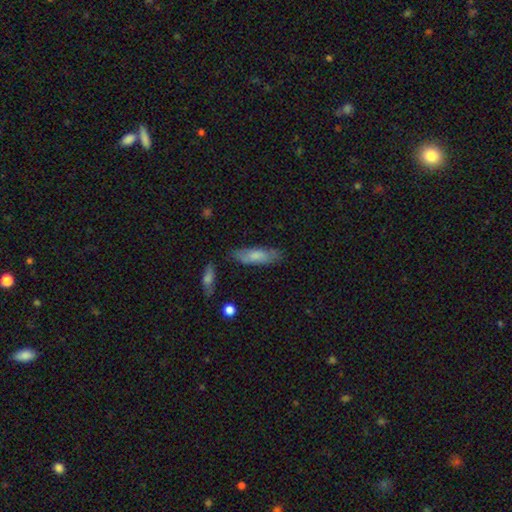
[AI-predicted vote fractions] Smooth or featured?
  - smooth: 73% *
  - featured or disk: 21%
  - star or artifact: 6%
How rounded?
  - cigar-shaped: 50% *
  - in between: 48%
  - round: 2%
Merging?
  - none: 74% *
  - minor disturbance: 18%
  - major disturbance: 4%
  - merger: 4%